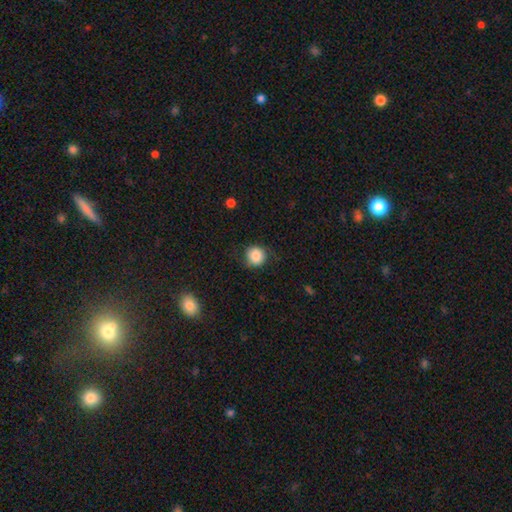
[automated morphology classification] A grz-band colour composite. It shows a smooth galaxy with no disk features (83%) that is round (90%). Merging: none (77%).